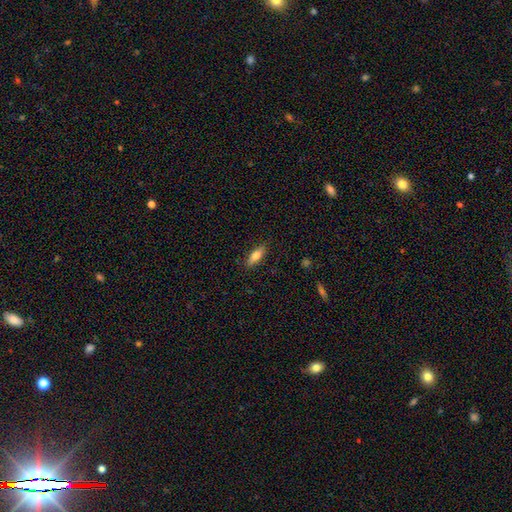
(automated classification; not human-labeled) This is likely a smooth galaxy (77%). How rounded: likely in between (61%). Merging: clearly none (87%).